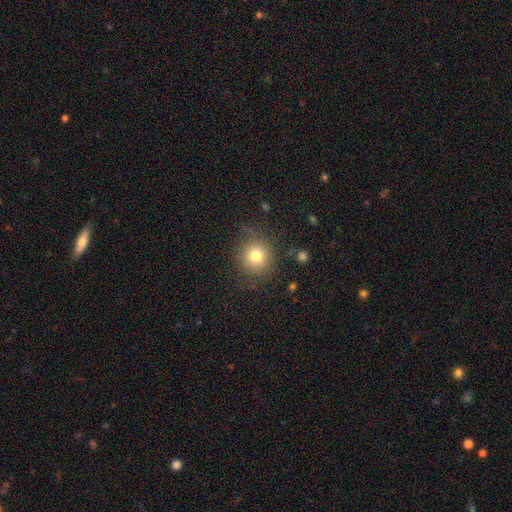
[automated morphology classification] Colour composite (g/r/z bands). It shows a smooth galaxy with no disk features (78%) that is round (87%). Merging: none (79%).